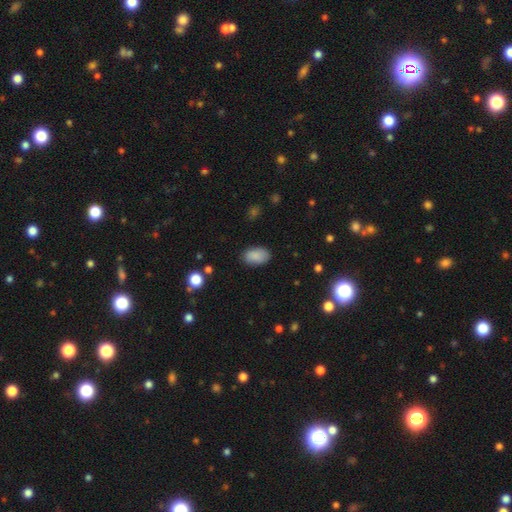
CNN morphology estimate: type=smooth (87%); roundness=in between (91%); merging=none (83%).